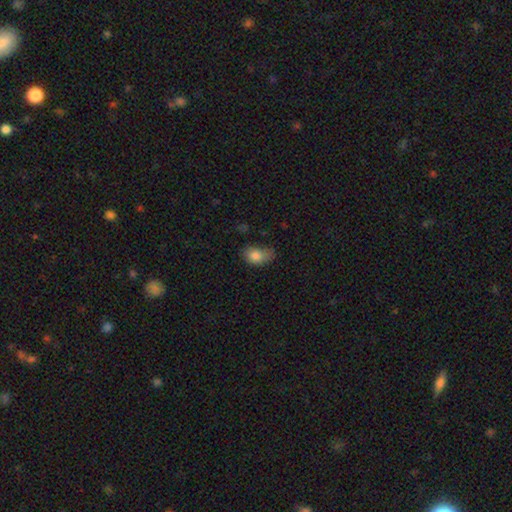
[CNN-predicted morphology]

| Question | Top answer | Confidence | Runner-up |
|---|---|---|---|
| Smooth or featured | smooth | 83% | star or artifact (9%) |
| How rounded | in between | 84% | round (14%) |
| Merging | none | 40% | tied: minor disturbance (40%) |